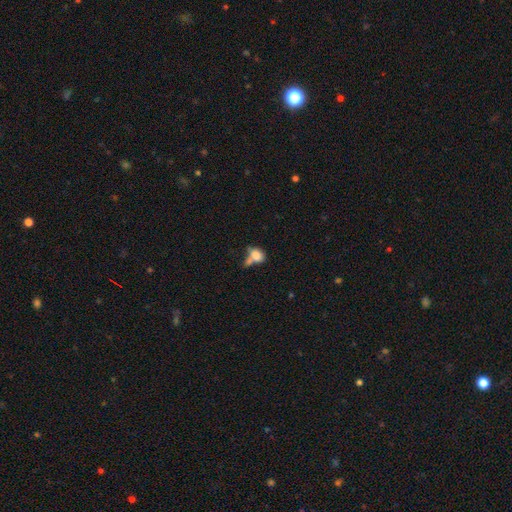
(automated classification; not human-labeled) smooth-or-featured: smooth: 78% | featured or disk: 12% | star or artifact: 9%
  how-rounded: in between: 71% | round: 27% | cigar-shaped: 2%
  merging: merger: 45% | none: 28% | minor disturbance: 16% | major disturbance: 11%